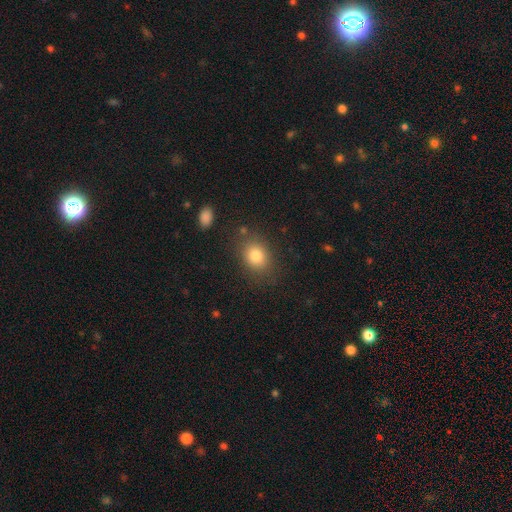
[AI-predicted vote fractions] A smooth galaxy with no disk features (80%) that is in between round and cigar-shaped (51%). Merging: none (79%).